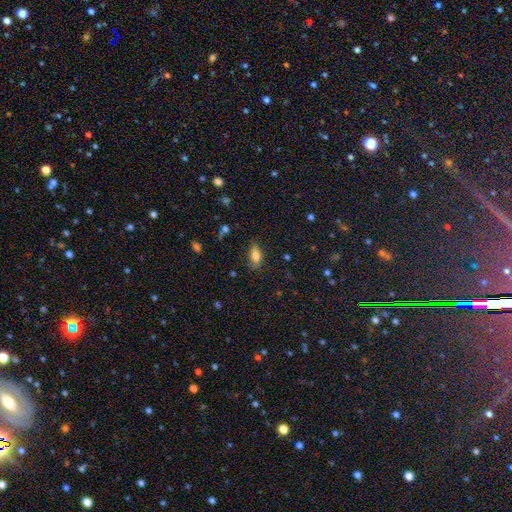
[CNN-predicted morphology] Smooth or featured? smooth (79%)
How rounded? in between (84%)
Merging? none (73%)